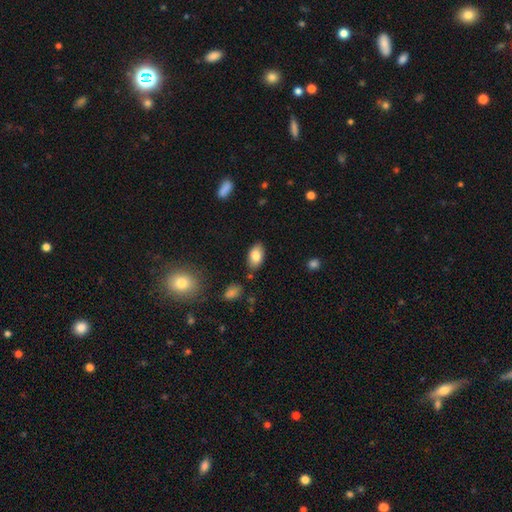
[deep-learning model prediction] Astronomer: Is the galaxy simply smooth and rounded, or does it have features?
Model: smooth — 82%.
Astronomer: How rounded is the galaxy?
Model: in between — 93%.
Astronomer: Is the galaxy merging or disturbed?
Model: none — 82%.